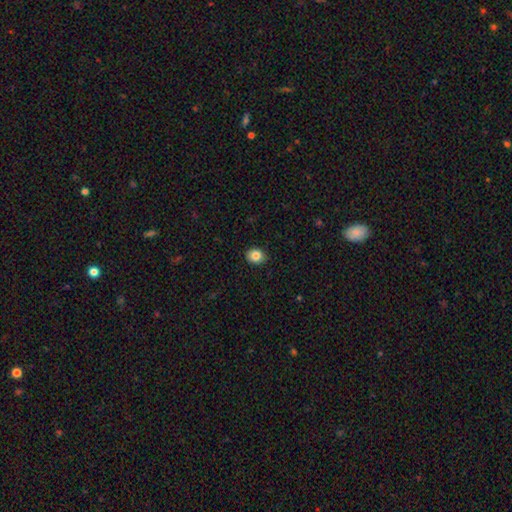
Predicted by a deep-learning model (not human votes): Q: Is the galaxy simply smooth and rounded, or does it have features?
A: smooth — 84%.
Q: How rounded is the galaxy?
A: round — 55%.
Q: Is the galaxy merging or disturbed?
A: none — 90%.